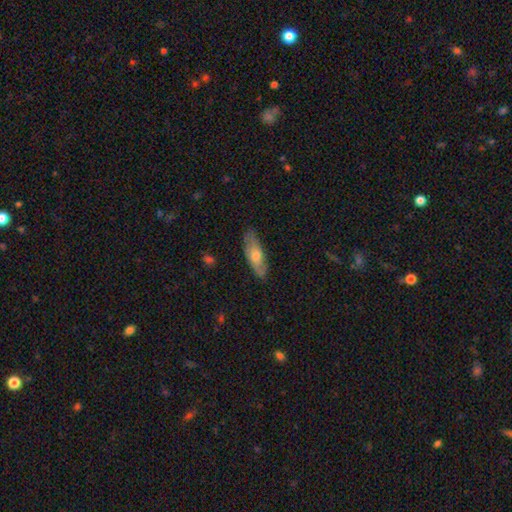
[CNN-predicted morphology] The model was most divided on "smooth or featured": smooth: 54%, featured or disk: 40%, star or artifact: 6%. More confident: merging — none (80%); how rounded — in between (62%).